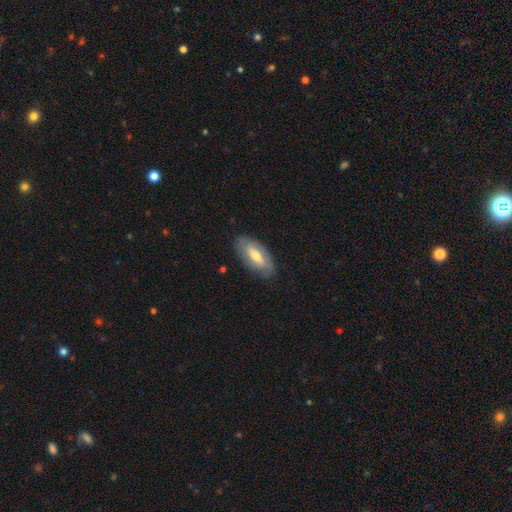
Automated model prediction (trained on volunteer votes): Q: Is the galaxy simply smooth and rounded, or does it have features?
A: smooth — 50%.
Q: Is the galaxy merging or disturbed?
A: none — 83%.